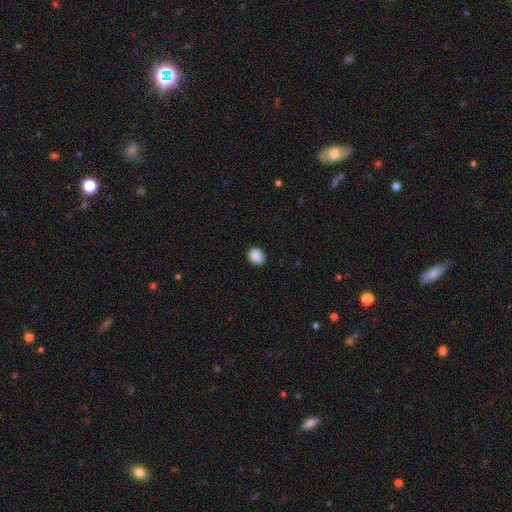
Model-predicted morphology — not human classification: smooth_or_featured: smooth (p=0.88) [alt: star or artifact p=0.08]
how_rounded: round (p=0.55) [alt: in between p=0.44]
merging: none (p=0.84) [alt: minor disturbance p=0.13]